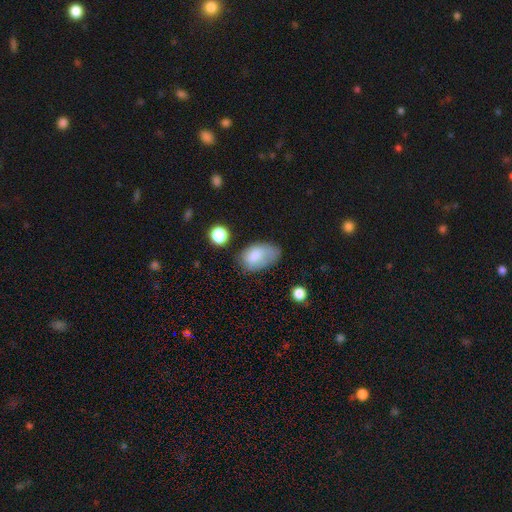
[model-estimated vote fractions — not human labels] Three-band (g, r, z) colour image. It shows a smooth galaxy with no disk features (75%) that is in between round and cigar-shaped (92%). Merging: none (46%).